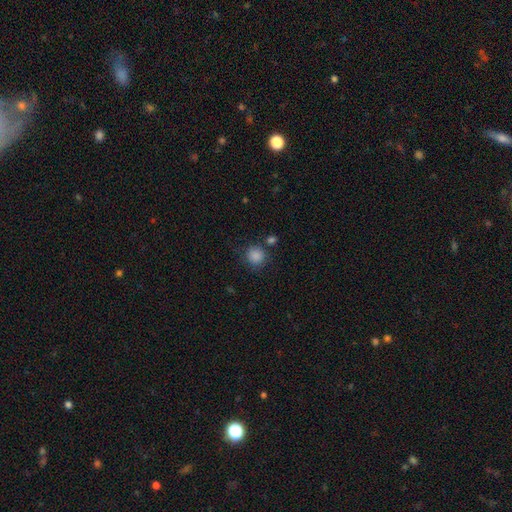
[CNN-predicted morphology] type=smooth (86%); roundness=round (89%); merging=none (76%).